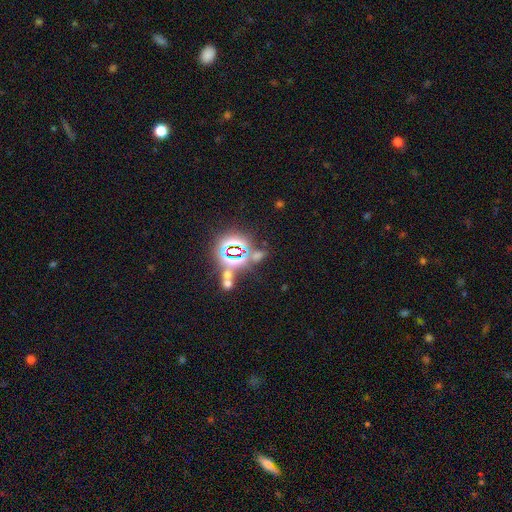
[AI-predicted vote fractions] This appears to be a star or artifact, not a galaxy (71%).